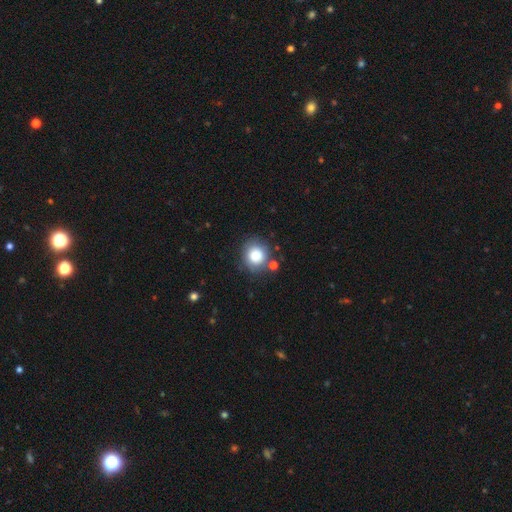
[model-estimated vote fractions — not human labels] The model was most divided on "merging": none: 76%, minor disturbance: 13%, merger: 7%, major disturbance: 4%. More confident: how rounded — round (86%); smooth or featured — smooth (82%).